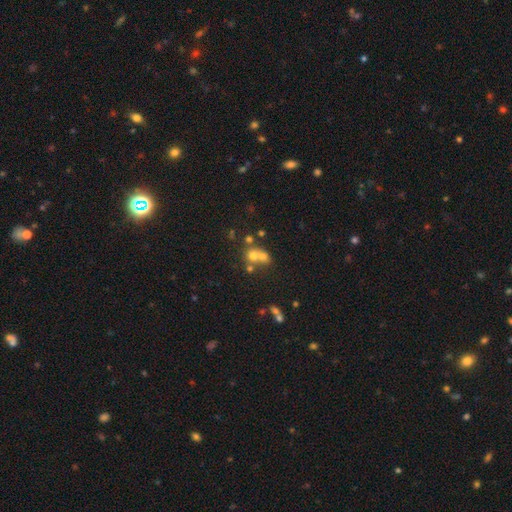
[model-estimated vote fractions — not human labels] A smooth galaxy with no disk features (61%) that is round (73%).

Vote fractions:
- Smooth or featured? smooth: 61% / featured or disk: 22% / star or artifact: 18%
- How rounded? round: 73% / in between: 26% / cigar-shaped: 1%
- Merging? merger: 56% / none: 32% / minor disturbance: 7% / major disturbance: 5%